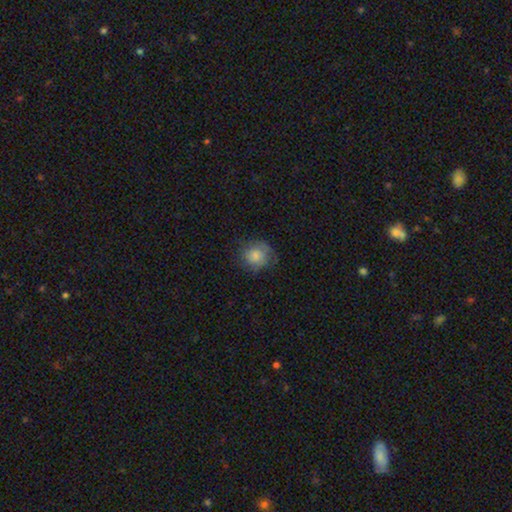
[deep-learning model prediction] smooth_or_featured: smooth (p=0.78) [alt: featured or disk p=0.13]
how_rounded: round (p=0.85) [alt: in between p=0.14]
merging: none (p=0.68) [alt: minor disturbance p=0.22]